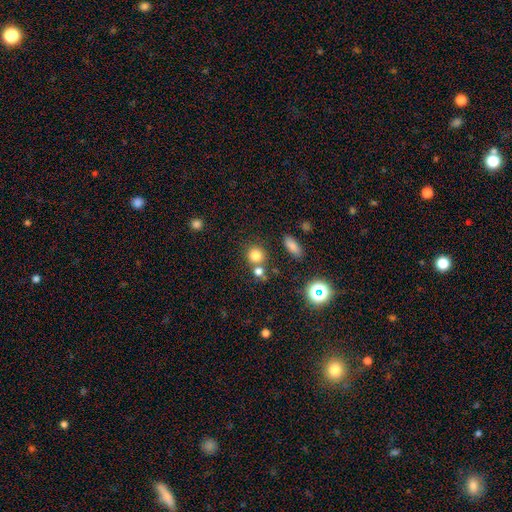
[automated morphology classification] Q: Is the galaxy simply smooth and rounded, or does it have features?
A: smooth — 77%.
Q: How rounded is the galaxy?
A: round — 86%.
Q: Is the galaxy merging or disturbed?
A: none — 66%.